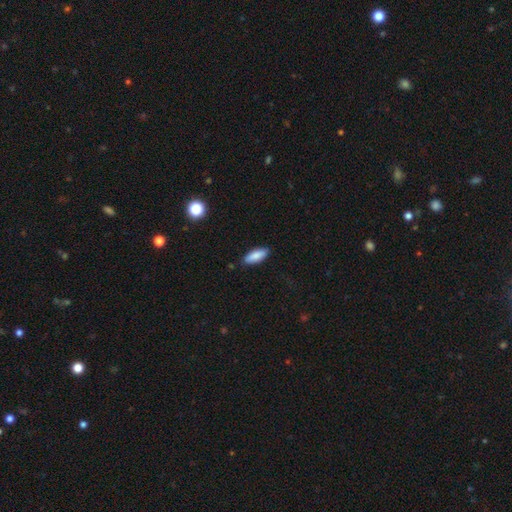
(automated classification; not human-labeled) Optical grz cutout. It shows a smooth galaxy with no disk features (86%) that is in between round and cigar-shaped (71%). Merging: none (85%).